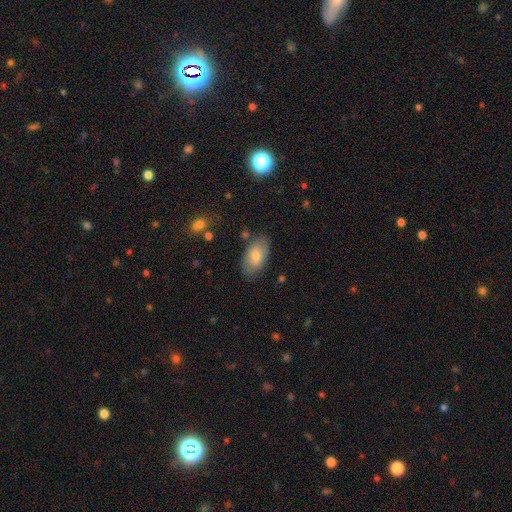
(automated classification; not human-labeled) The model was most divided on "smooth or featured": smooth: 76%, featured or disk: 17%, star or artifact: 6%. More confident: how rounded — in between (94%); merging — none (77%).